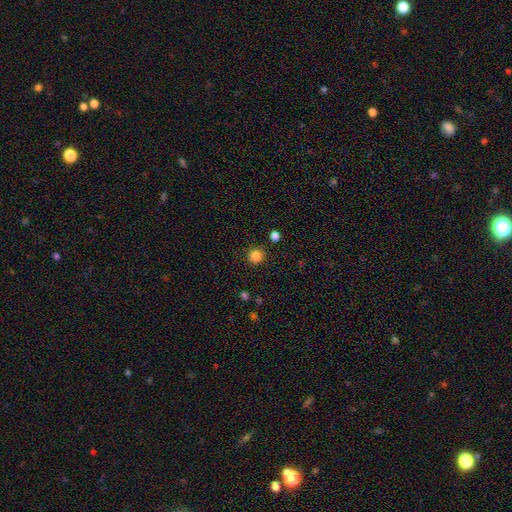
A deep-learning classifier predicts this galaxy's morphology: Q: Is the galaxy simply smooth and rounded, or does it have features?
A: smooth — 85%.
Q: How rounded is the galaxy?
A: round — 94%.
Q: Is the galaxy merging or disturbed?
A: none — 90%.